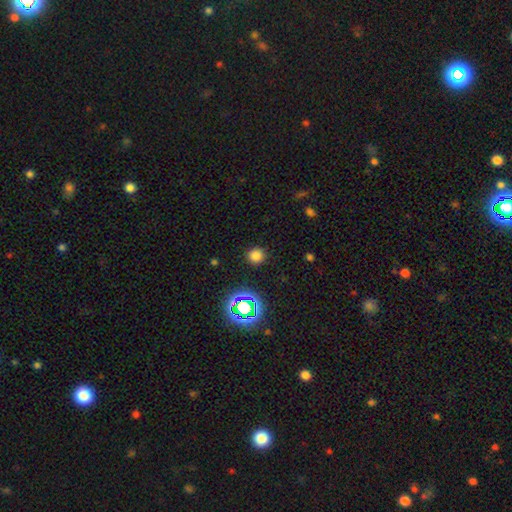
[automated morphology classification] This appears to be a smooth galaxy with no disk features (74%) that is round (91%). Merging: none (89%).